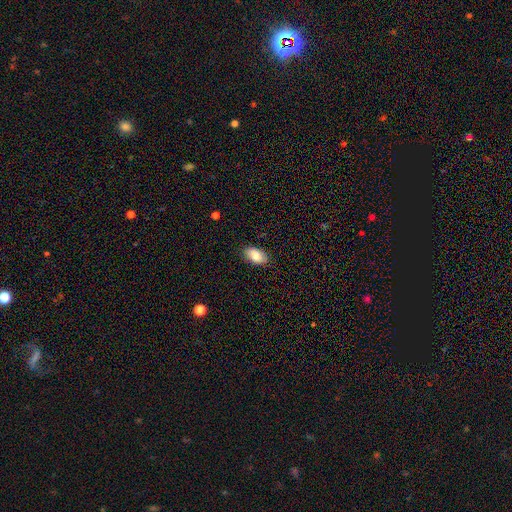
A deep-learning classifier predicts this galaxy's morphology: smooth_or_featured: smooth (p=0.76) [alt: featured or disk p=0.16]
how_rounded: in between (p=0.92) [alt: round p=0.06]
merging: none (p=0.83) [alt: minor disturbance p=0.13]